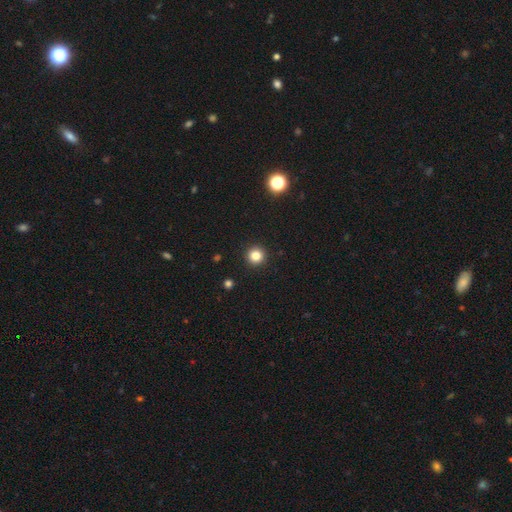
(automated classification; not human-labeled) smooth_or_featured: smooth (p=0.83) [alt: star or artifact p=0.13]
how_rounded: round (p=0.95) [alt: in between p=0.04]
merging: none (p=0.93) [alt: minor disturbance p=0.04]